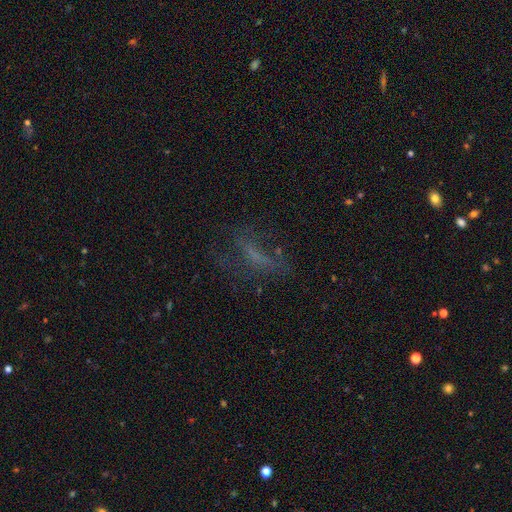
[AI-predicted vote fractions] This is marginally a smooth galaxy (38%). Merging: possibly none (50%).